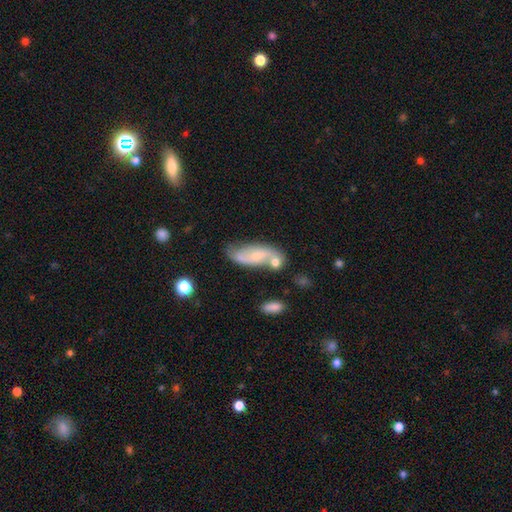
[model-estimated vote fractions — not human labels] smooth_or_featured: featured or disk (p=0.61) [alt: smooth p=0.32]
disk_edge_on: no (p=0.90) [alt: yes p=0.10]
bar: no (p=0.57) [alt: weak p=0.33]
has_spiral_arms: yes (p=0.87) [alt: no p=0.13]
bulge_size: small (p=0.60) [alt: moderate p=0.29]
merging: none (p=0.53) [alt: minor disturbance p=0.22]